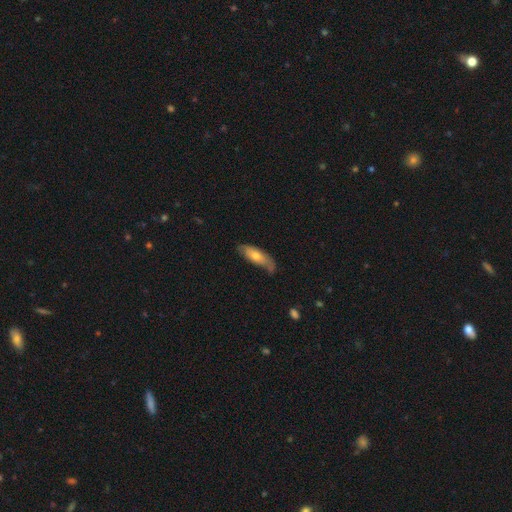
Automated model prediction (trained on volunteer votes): smooth-or-featured: smooth: 60% | featured or disk: 34% | star or artifact: 6%
  how-rounded: in between: 58% | cigar-shaped: 39% | round: 2%
  merging: none: 55% | minor disturbance: 31% | major disturbance: 11% | merger: 3%